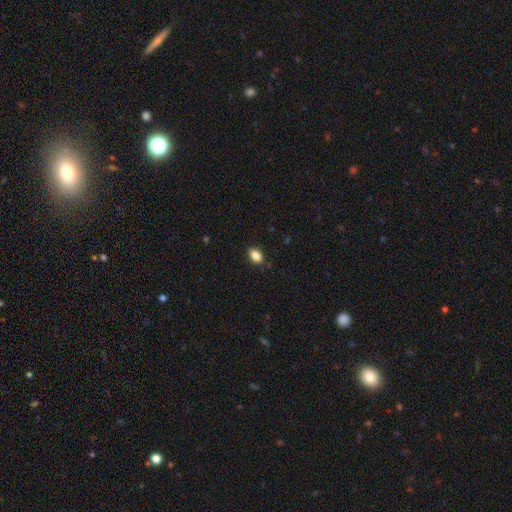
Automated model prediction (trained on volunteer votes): The model was most divided on "merging": none: 85%, minor disturbance: 12%, major disturbance: 2%, merger: 1%. More confident: how rounded — in between (88%); smooth or featured — smooth (86%).